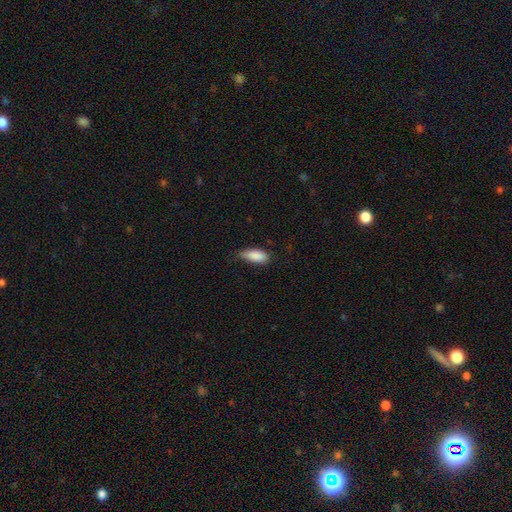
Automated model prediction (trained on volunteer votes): Overall: smooth (88%). How rounded: in between (82%). Merging: none (61%; minor disturbance 32%).